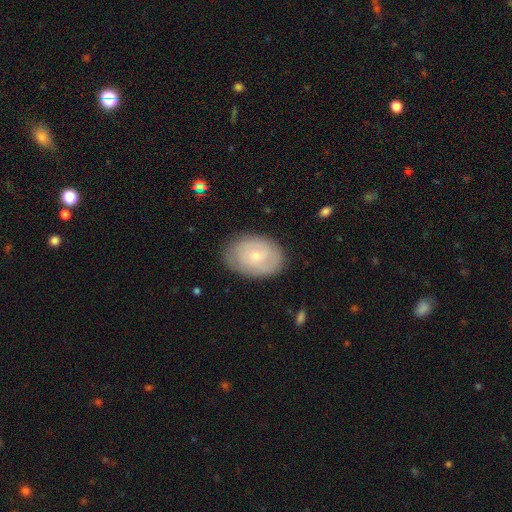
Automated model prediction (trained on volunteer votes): A featured or disk galaxy (54%) with no bar (74%), spiral arms (72%) and a small central bulge (73%). Merging: none (82%).